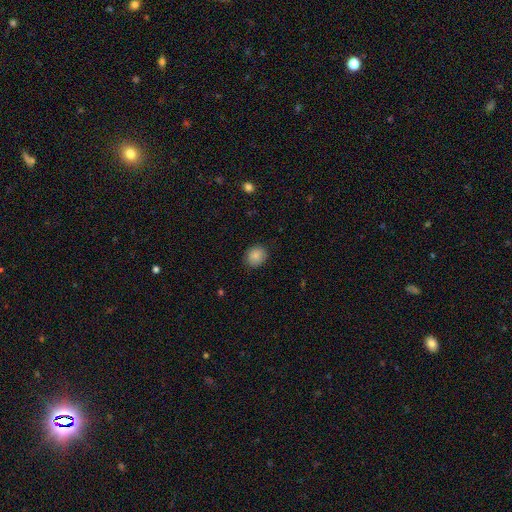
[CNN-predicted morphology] The model was most divided on "how rounded": round: 74%, in between: 25%, cigar-shaped: 1%. More confident: merging — none (87%); smooth or featured — smooth (87%).